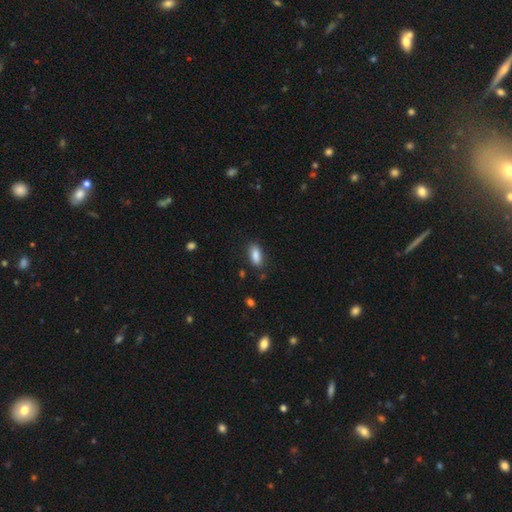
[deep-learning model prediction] Morphology: type=smooth (87%); roundness=in between (81%); merging=none (82%).